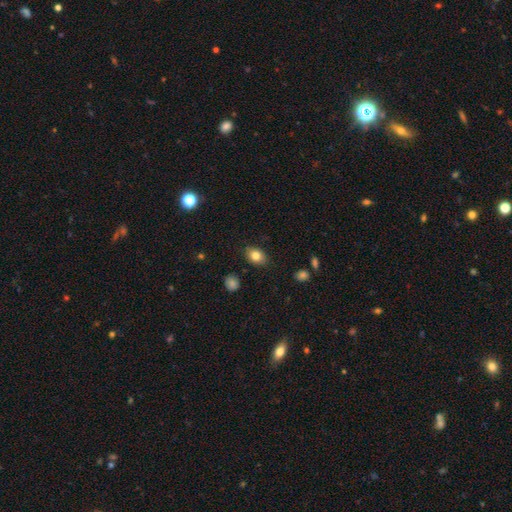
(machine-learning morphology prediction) Smooth or featured?
  - smooth: 82% *
  - star or artifact: 9%
  - featured or disk: 9%
How rounded?
  - in between: 74% *
  - round: 24%
  - cigar-shaped: 1%
Merging?
  - none: 85% *
  - minor disturbance: 11%
  - major disturbance: 2%
  - merger: 2%